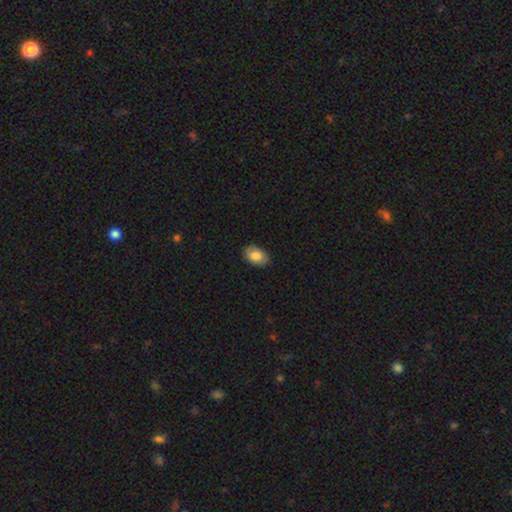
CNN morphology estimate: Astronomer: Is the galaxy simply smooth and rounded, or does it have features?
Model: smooth — 85%.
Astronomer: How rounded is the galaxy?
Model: in between — 88%.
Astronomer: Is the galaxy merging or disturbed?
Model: none — 86%.